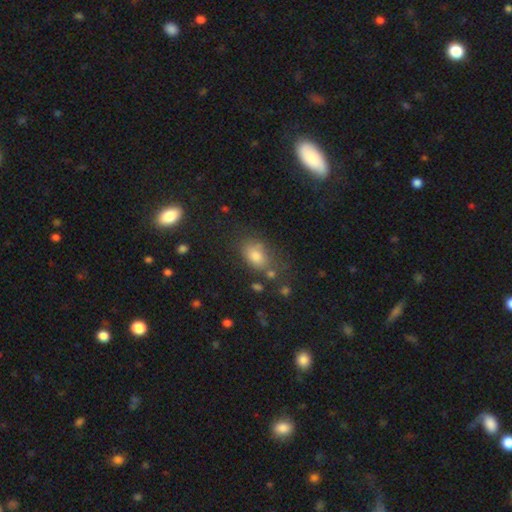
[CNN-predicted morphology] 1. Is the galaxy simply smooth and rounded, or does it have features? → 77% smooth, 13% star or artifact, 10% featured or disk.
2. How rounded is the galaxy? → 81% in between, 16% round, 3% cigar-shaped.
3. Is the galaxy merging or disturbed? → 64% none, 21% minor disturbance, 8% major disturbance, 8% merger.